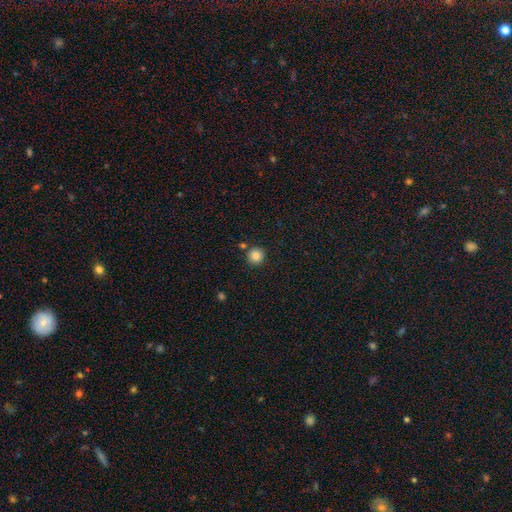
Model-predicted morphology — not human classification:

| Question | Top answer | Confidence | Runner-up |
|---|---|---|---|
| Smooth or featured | smooth | 86% | star or artifact (11%) |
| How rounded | round | 93% | in between (6%) |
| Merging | none | 83% | minor disturbance (7%) |